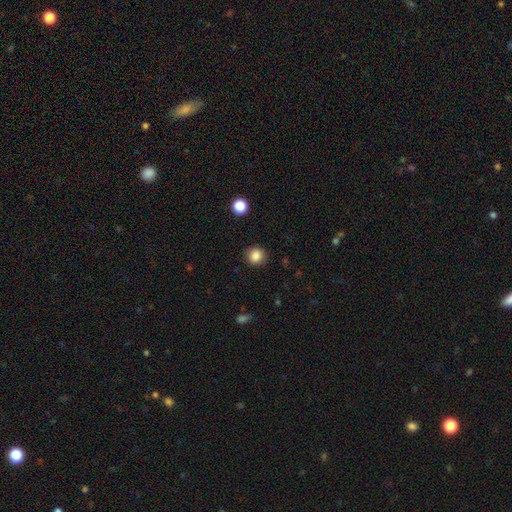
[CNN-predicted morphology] smooth 86%, star or artifact 11%, featured or disk 3%. Down the decision tree: how rounded — round (89%); merging — none (89%).